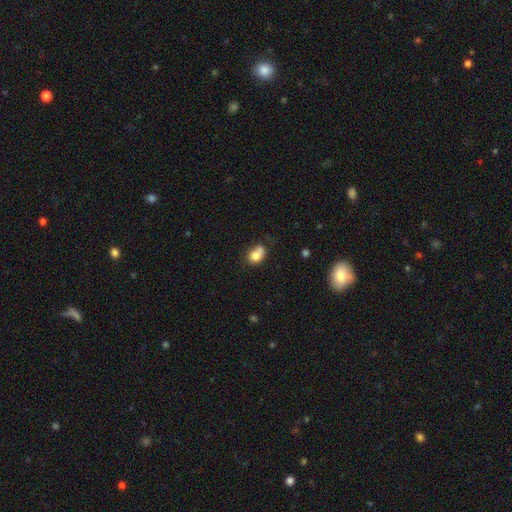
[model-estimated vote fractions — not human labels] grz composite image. It shows a smooth galaxy with no disk features (76%) that is round (54%). Merging: none (38%).